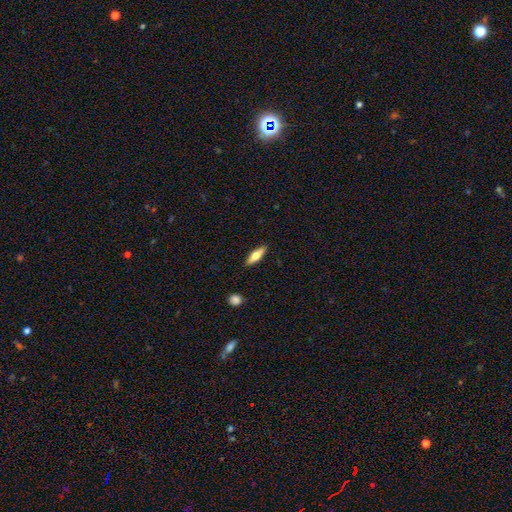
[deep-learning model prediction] The model was most divided on "how rounded": cigar-shaped: 55%, in between: 43%, round: 3%. More confident: merging — none (89%); smooth or featured — smooth (55%).